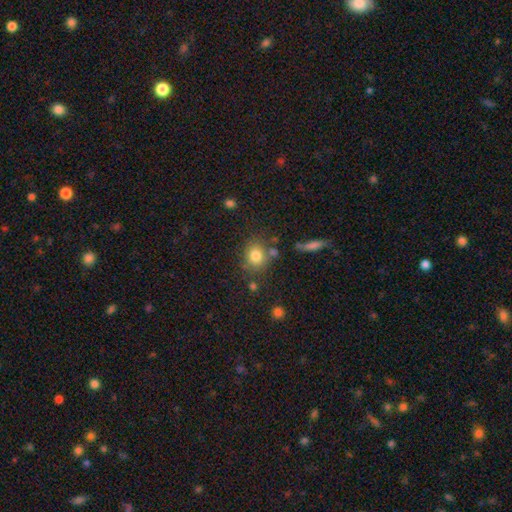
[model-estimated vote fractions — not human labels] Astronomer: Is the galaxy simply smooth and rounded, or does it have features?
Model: smooth — 80%.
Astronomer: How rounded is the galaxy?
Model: round — 74%.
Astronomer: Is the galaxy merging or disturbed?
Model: none — 74%.